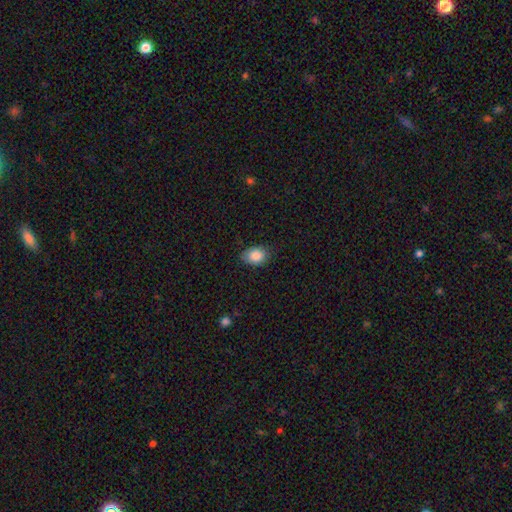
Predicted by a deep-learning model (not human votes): The model was most divided on "how rounded": in between: 78%, round: 21%, cigar-shaped: 1%. More confident: smooth or featured — smooth (87%); merging — none (78%).